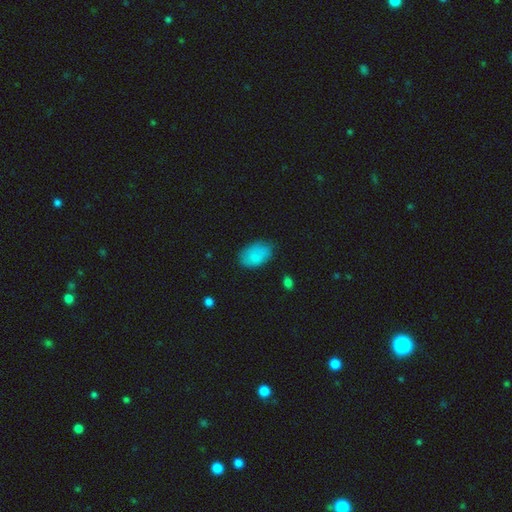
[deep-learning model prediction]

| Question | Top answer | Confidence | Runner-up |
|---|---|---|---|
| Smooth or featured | smooth | 83% | featured or disk (10%) |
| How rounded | in between | 90% | round (9%) |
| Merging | none | 68% | minor disturbance (25%) |